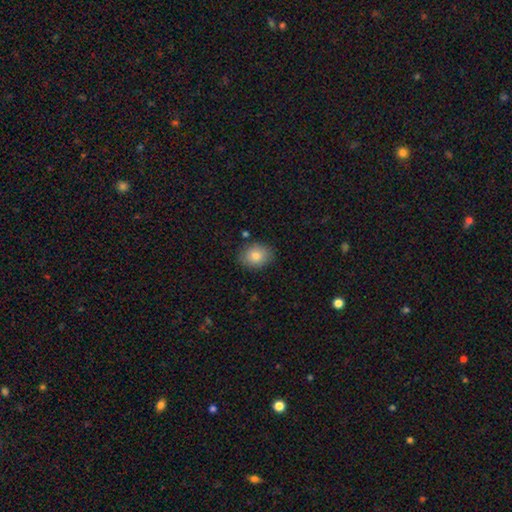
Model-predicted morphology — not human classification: type=smooth (82%); roundness=round (53%); merging=none (84%).